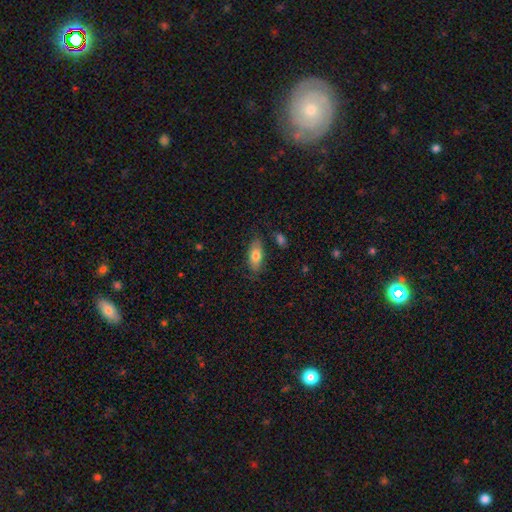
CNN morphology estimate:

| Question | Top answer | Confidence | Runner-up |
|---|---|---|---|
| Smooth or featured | smooth | 76% | featured or disk (17%) |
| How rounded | in between | 84% | cigar-shaped (13%) |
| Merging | none | 76% | minor disturbance (17%) |